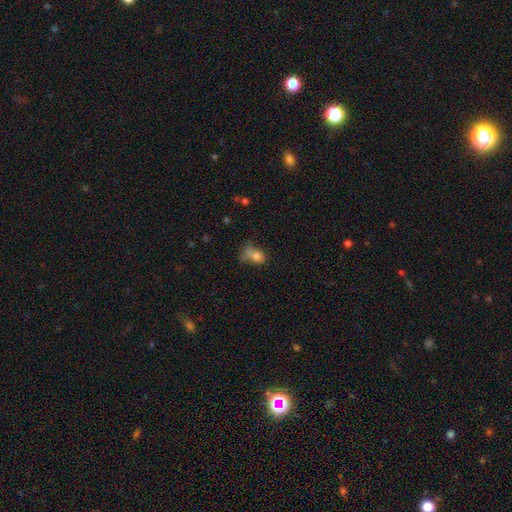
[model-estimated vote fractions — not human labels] smooth-or-featured: smooth: 75% | featured or disk: 13% | star or artifact: 12%
  how-rounded: in between: 66% | round: 31% | cigar-shaped: 2%
  merging: none: 28% | merger: 25% | minor disturbance: 24% | major disturbance: 23%